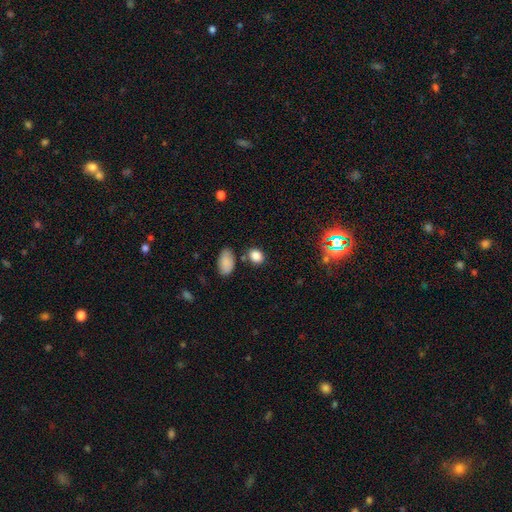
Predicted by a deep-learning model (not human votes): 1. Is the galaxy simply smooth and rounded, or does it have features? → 83% smooth, 12% star or artifact, 5% featured or disk.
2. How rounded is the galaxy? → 63% in between, 36% round, 2% cigar-shaped.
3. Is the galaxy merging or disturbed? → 74% none, 13% minor disturbance, 9% merger, 4% major disturbance.